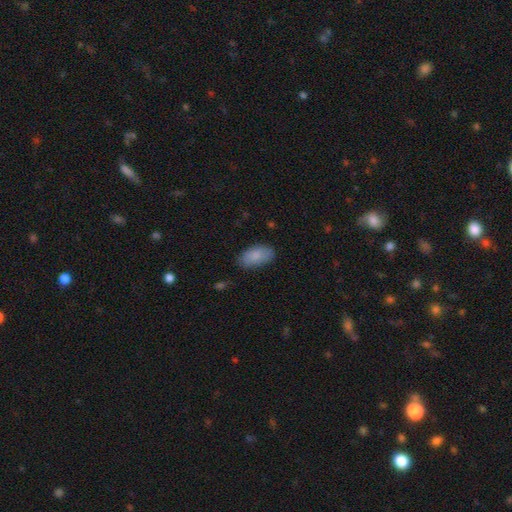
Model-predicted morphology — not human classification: Smooth or featured?
  - smooth: 86% *
  - featured or disk: 8%
  - star or artifact: 6%
How rounded?
  - in between: 94% *
  - round: 3%
  - cigar-shaped: 3%
Merging?
  - none: 81% *
  - minor disturbance: 15%
  - major disturbance: 3%
  - merger: 1%